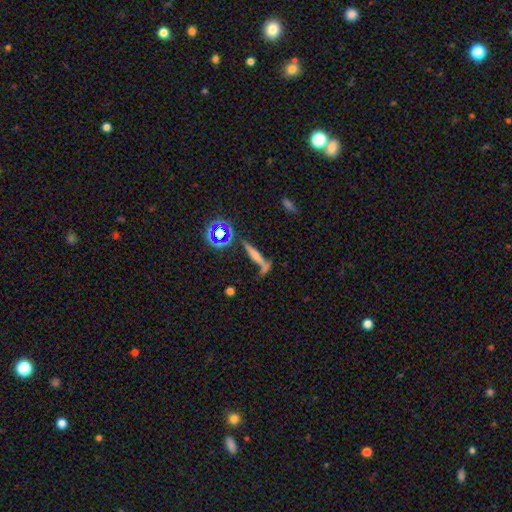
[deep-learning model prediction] Smooth or featured: featured or disk — 42% (smooth — 37%)
Merging: none — 57% (merger — 17%)